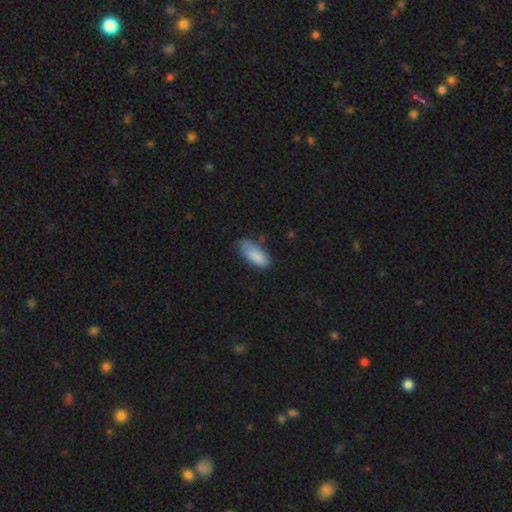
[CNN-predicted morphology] Smooth or featured? Predicted: smooth (p=0.86). How rounded? Predicted: in between (p=0.83). Merging? Predicted: none (p=0.58).